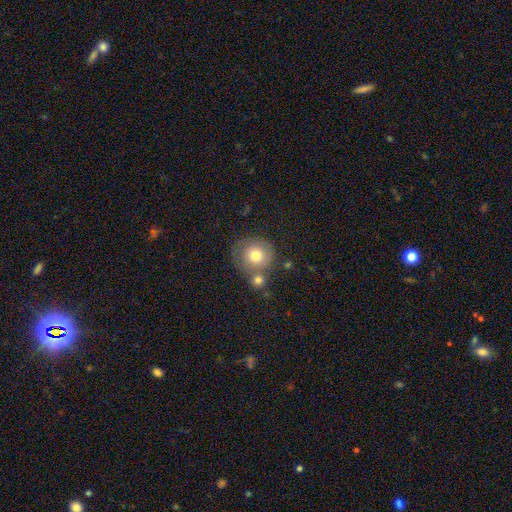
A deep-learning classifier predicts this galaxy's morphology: Smooth or featured? smooth (73%)
How rounded? round (90%)
Merging? none (54%)